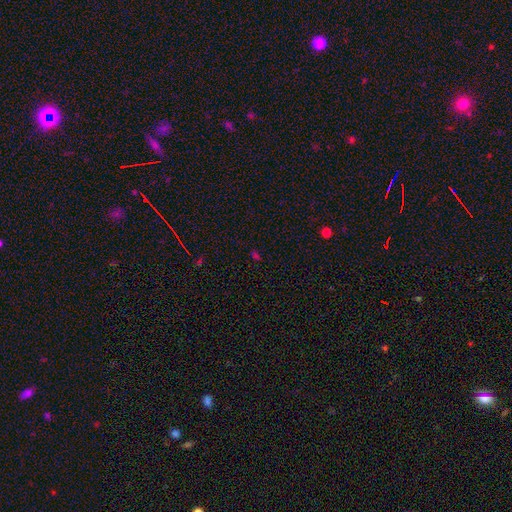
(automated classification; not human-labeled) smooth-or-featured: star or artifact: 55% | smooth: 38% | featured or disk: 7%